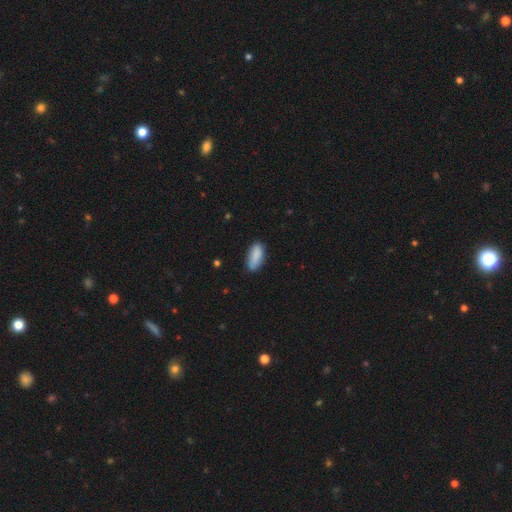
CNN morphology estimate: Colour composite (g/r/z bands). It shows a smooth galaxy with no disk features (88%) that is in between round and cigar-shaped (87%). Merging: none (75%).